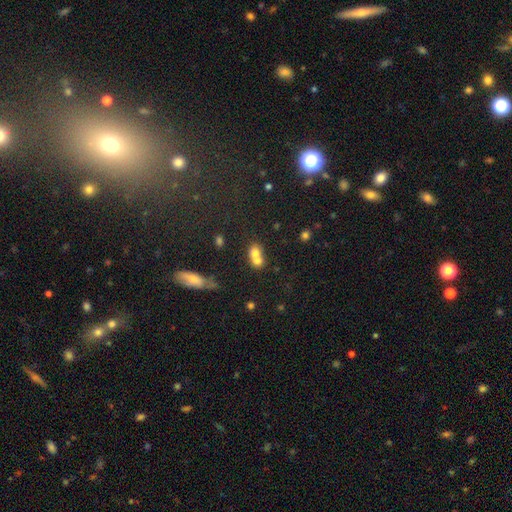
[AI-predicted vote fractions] smooth_or_featured: smooth (p=0.69) [alt: featured or disk p=0.19]
how_rounded: round (p=0.55) [alt: in between p=0.43]
merging: merger (p=0.67) [alt: none p=0.24]